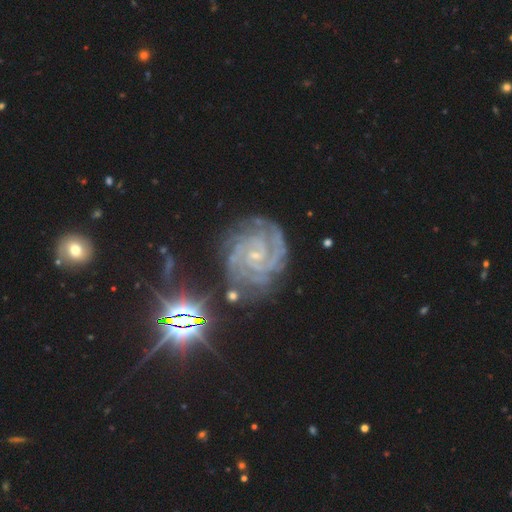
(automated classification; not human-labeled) Smooth or featured? featured or disk (88%)
Edge-on disk? no (98%)
Bar? no (61%)
Spiral arms? yes (99%)
Spiral winding? tight (77%)
Spiral arm count? 2 (30%)
Bulge size? small (84%)
Merging? none (73%)